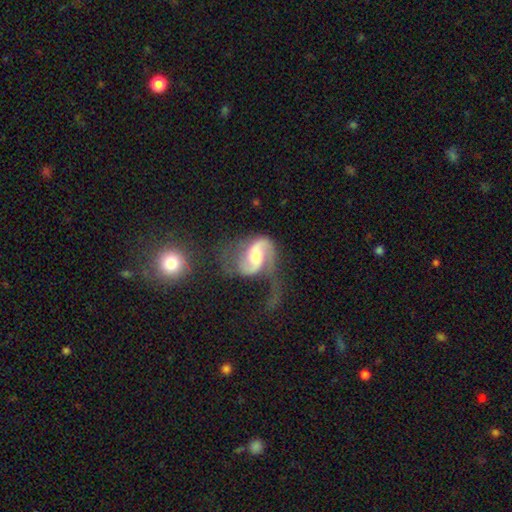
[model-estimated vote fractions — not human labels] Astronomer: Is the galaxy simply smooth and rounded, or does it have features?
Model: featured or disk — 87%.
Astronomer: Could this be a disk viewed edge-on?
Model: no — 98%.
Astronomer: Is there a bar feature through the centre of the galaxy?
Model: weak — 45% (runner-up: no, 35%).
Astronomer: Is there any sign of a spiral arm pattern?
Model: yes — 96%.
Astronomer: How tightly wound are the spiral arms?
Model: loose — 49% (runner-up: medium, 40%).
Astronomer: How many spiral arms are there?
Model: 2 — 85%.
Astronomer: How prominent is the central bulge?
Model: moderate — 61%.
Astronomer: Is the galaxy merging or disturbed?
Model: major disturbance — 40% (runner-up: none, 32%).